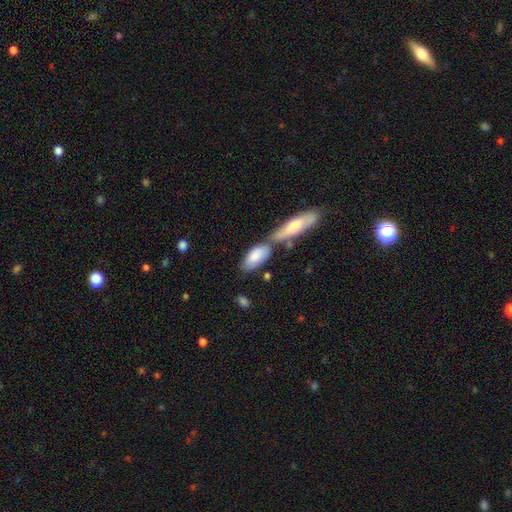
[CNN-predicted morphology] Smooth or featured? Predicted: smooth (p=0.81). How rounded? Predicted: in between (p=0.85). Merging? Predicted: none (p=0.43).